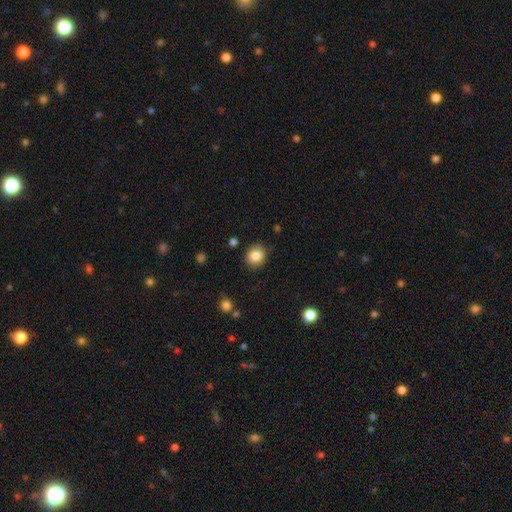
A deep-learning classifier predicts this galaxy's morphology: type=smooth (85%); roundness=round (75%); merging=none (87%).